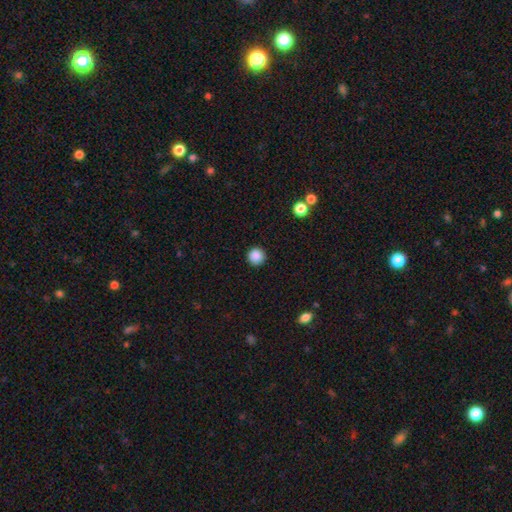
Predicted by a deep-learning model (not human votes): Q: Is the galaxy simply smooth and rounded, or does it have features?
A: smooth — 88%.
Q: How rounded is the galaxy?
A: round — 96%.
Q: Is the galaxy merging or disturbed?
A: none — 93%.